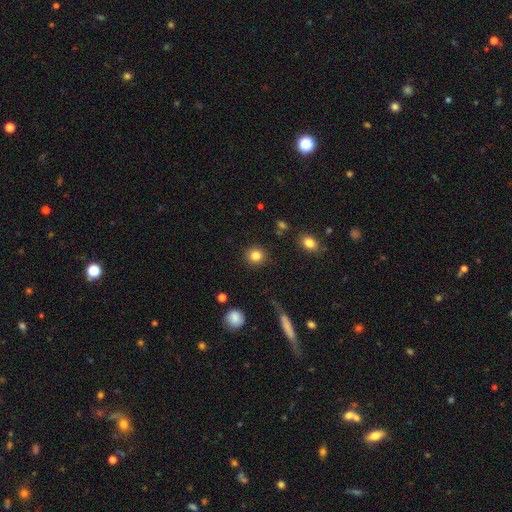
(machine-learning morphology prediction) type=smooth (84%); roundness=round (91%); merging=none (90%).